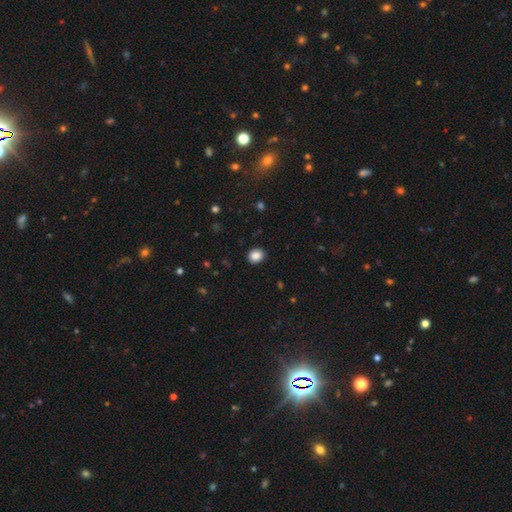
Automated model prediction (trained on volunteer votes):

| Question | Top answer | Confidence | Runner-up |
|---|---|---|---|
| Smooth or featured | smooth | 87% | star or artifact (10%) |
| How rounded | round | 68% | in between (31%) |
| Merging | none | 91% | minor disturbance (6%) |